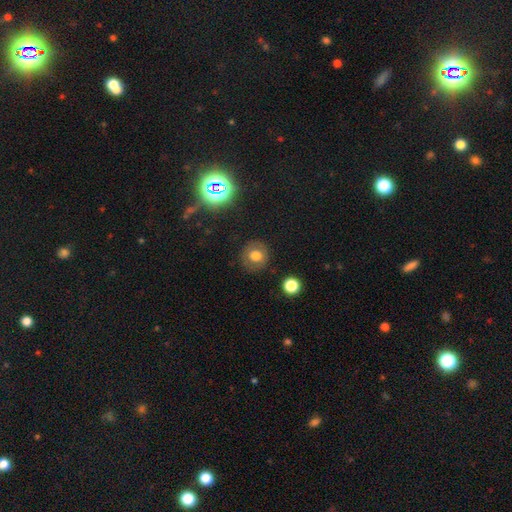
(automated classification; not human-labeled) Overall: smooth (70%). How rounded: round (88%). Merging: none (86%).